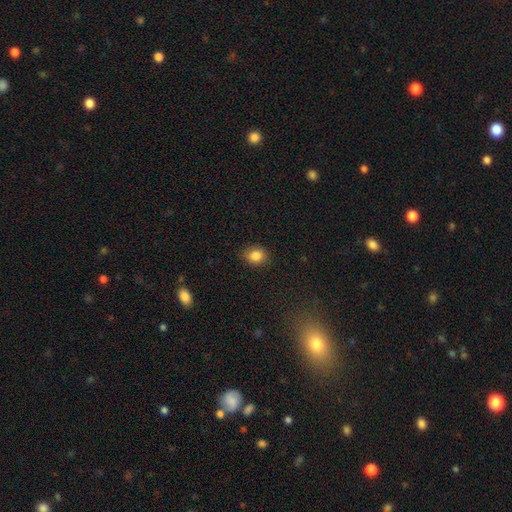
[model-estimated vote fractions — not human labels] smooth_or_featured: smooth (p=0.85) [alt: star or artifact p=0.10]
how_rounded: round (p=0.61) [alt: in between p=0.38]
merging: none (p=0.86) [alt: minor disturbance p=0.11]